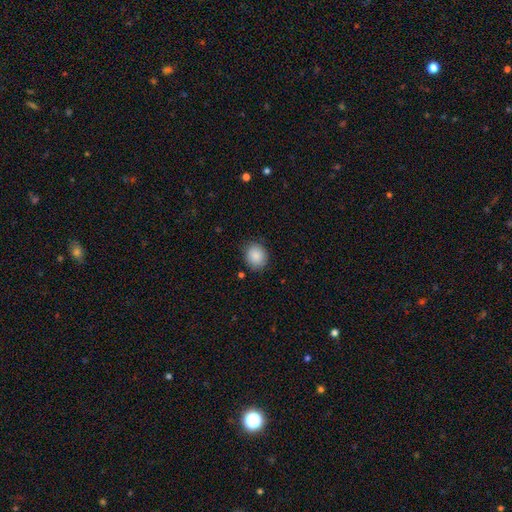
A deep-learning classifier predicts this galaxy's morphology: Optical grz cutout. It shows a smooth galaxy with no disk features (88%) that is round (70%). Merging: none (85%).